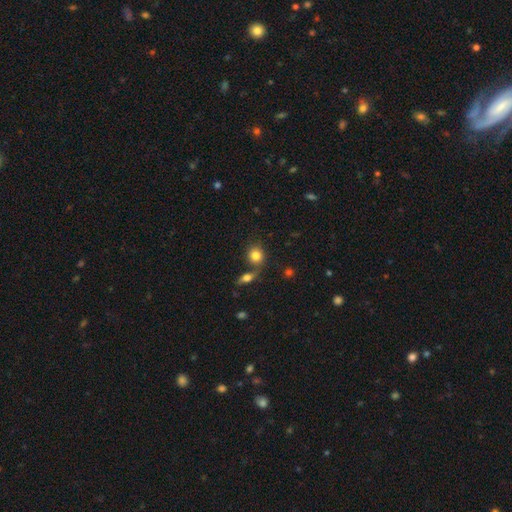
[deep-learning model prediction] Morphology: type=smooth (81%); roundness=round (74%); merging=none (60%).